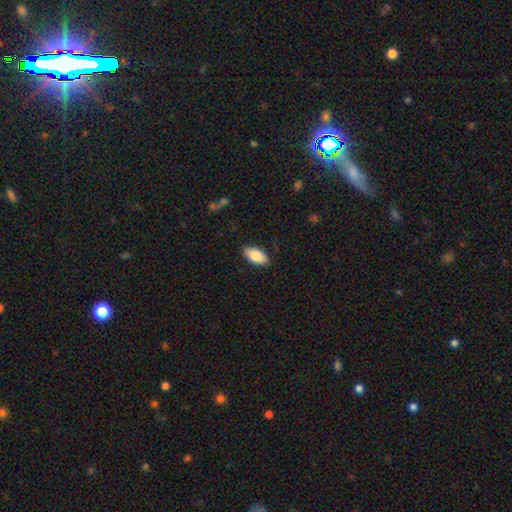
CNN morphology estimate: Smooth or featured? Predicted: smooth (p=0.84). How rounded? Predicted: in between (p=0.91). Merging? Predicted: none (p=0.87).